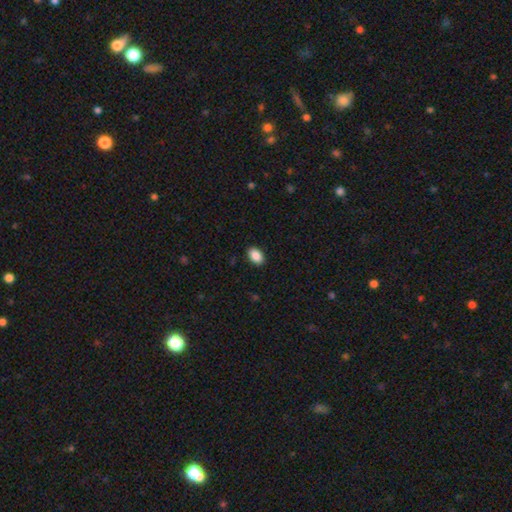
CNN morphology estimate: smooth 89%, star or artifact 8%, featured or disk 3%. Down the decision tree: how rounded — in between (88%); merging — none (90%).